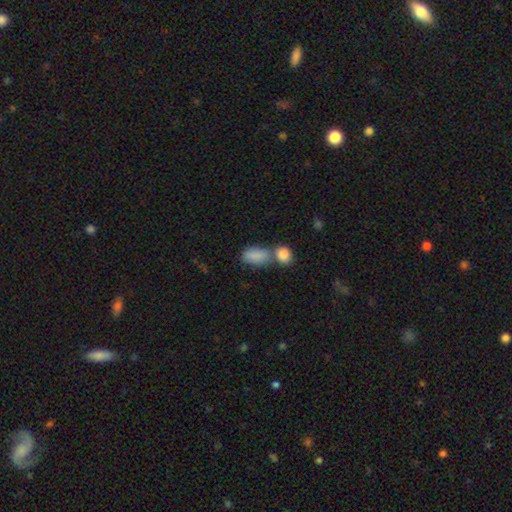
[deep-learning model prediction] A smooth galaxy with no disk features (86%) that is in between round and cigar-shaped (90%).

Vote fractions:
- Smooth or featured? smooth: 86% / star or artifact: 7% / featured or disk: 7%
- How rounded? in between: 90% / round: 6% / cigar-shaped: 3%
- Merging? merger: 45% / none: 38% / minor disturbance: 12% / major disturbance: 5%